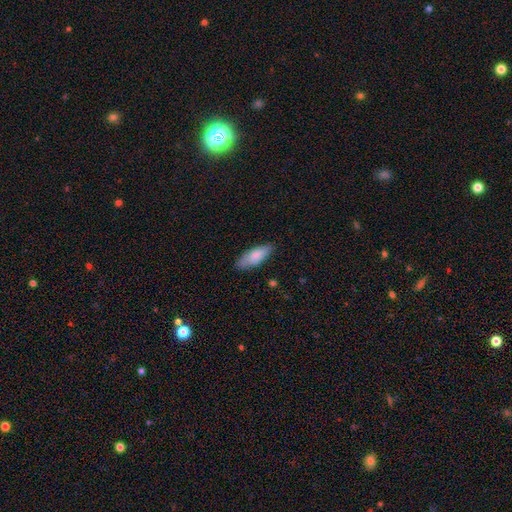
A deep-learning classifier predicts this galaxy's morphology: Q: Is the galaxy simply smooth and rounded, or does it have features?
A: smooth — 82%.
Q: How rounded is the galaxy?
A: in between — 72%.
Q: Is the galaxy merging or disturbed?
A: none — 76%.